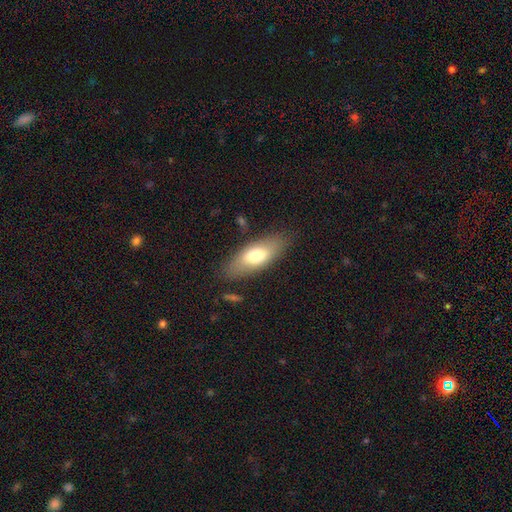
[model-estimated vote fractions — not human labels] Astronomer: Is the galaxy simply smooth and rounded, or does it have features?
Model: smooth — 70%.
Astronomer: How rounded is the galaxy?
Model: in between — 78%.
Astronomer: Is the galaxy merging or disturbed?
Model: none — 80%.